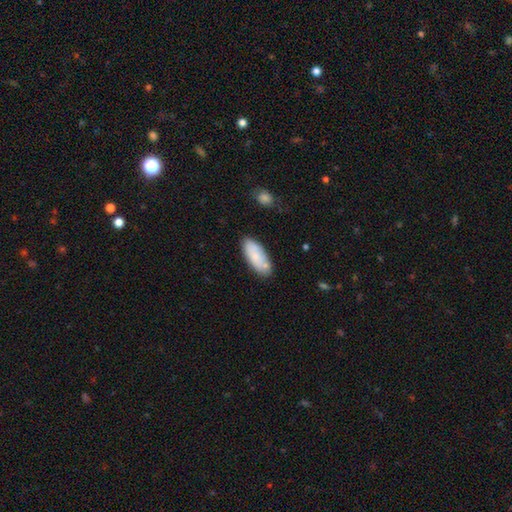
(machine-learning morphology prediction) type=smooth (79%); roundness=in between (81%); merging=none (76%).